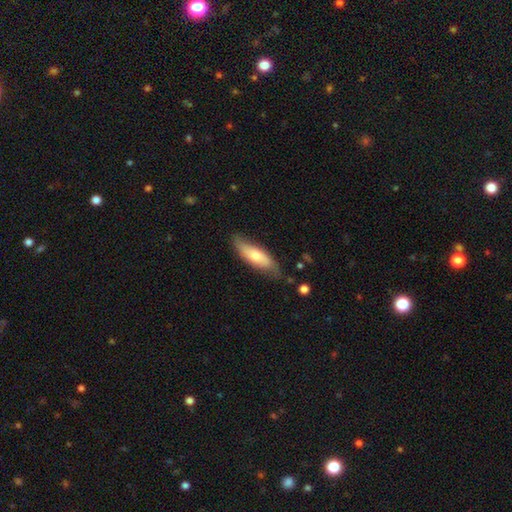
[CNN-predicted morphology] The model was most divided on "how rounded": in between: 57%, cigar-shaped: 40%, round: 2%. More confident: merging — none (71%); smooth or featured — smooth (59%).